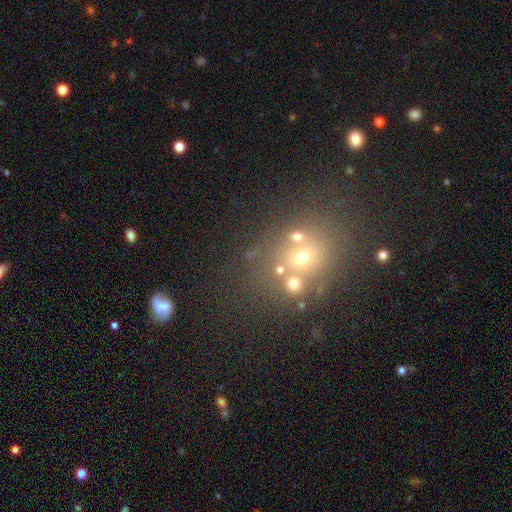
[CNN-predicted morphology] star or artifact 43%, smooth 39%, featured or disk 18%.